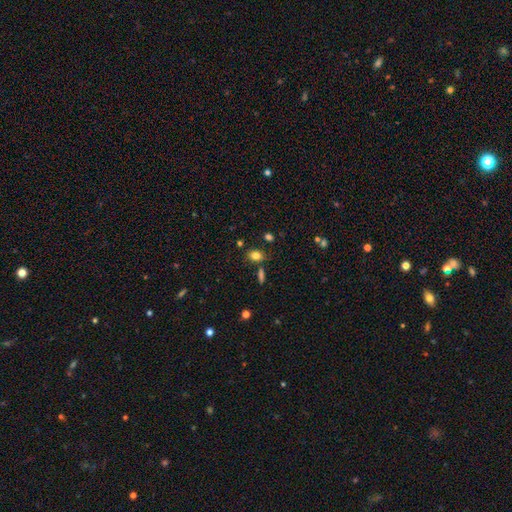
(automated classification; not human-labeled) Smooth or featured?
  - smooth: 81% *
  - star or artifact: 12%
  - featured or disk: 7%
How rounded?
  - in between: 70% *
  - round: 29%
  - cigar-shaped: 2%
Merging?
  - none: 77% *
  - minor disturbance: 12%
  - merger: 8%
  - major disturbance: 3%